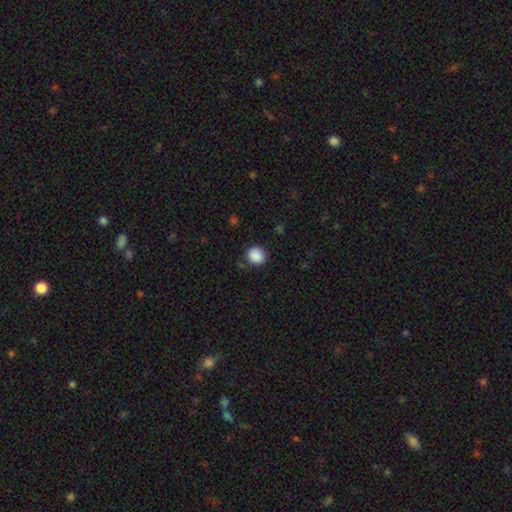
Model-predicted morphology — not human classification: Q: Smooth or featured?
A: smooth (88%); runner-up: star or artifact (9%)
Q: How rounded?
A: round (87%); runner-up: in between (12%)
Q: Merging?
A: none (82%); runner-up: minor disturbance (12%)